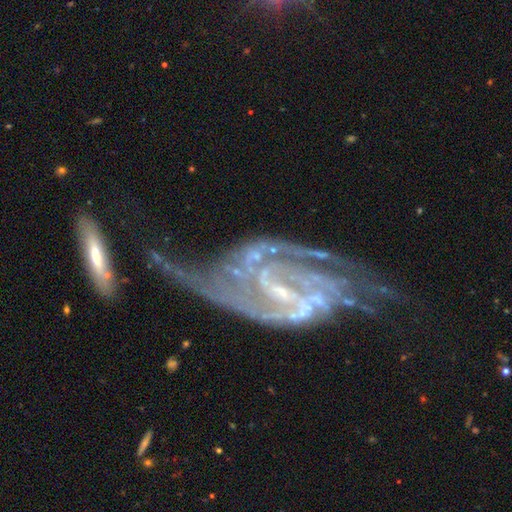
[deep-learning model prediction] Overall: featured or disk (90%). Edge-on disk: no (97%). Bar: weak (42%; no 32%). Spiral arms: yes (96%). Spiral arm count: 2 (55%). Spiral winding: medium (46%; tight 33%). Bulge size: small (69%). Merging: none (41%; major disturbance 30%).